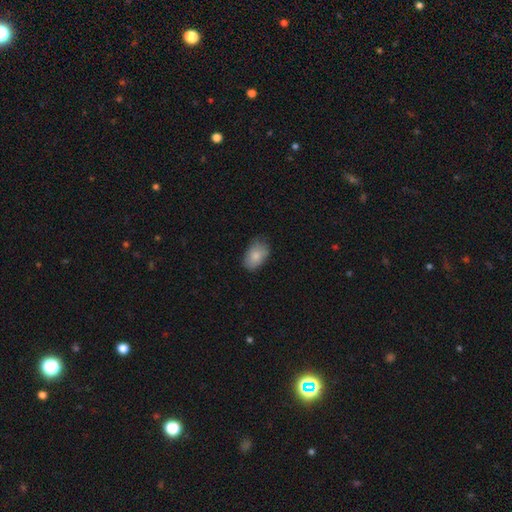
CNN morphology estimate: A smooth galaxy with no disk features (83%) that is in between round and cigar-shaped (88%). Merging: none (71%).